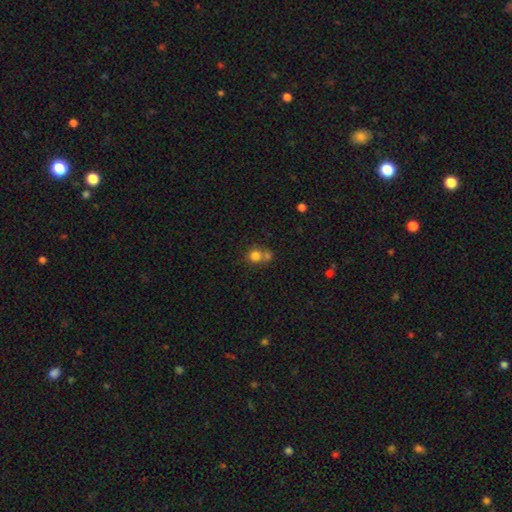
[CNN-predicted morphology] smooth_or_featured: smooth (p=0.79) [alt: star or artifact p=0.12]
how_rounded: round (p=0.84) [alt: in between p=0.15]
merging: none (p=0.44) [tied with: merger p=0.44]